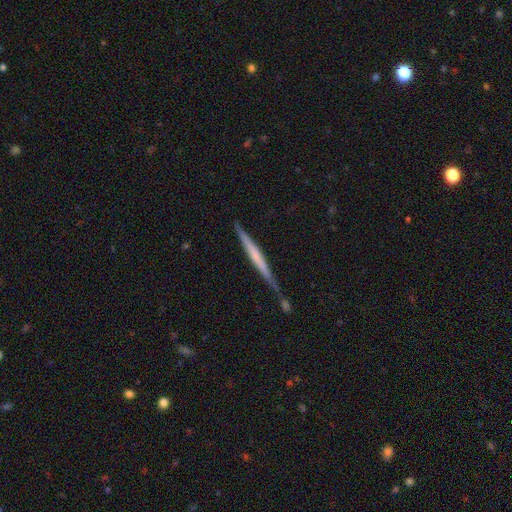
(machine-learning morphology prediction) This appears to be a featured or disk galaxy (56%) viewed edge-on (96%) with no central bulge (69%). Merging: none (72%).